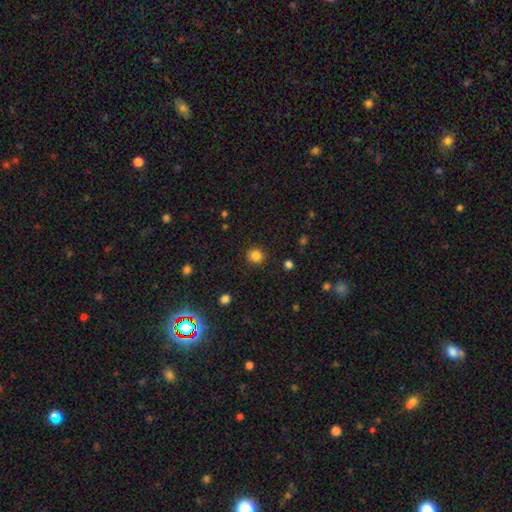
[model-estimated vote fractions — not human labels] Q: Smooth or featured?
A: smooth (84%); runner-up: star or artifact (12%)
Q: How rounded?
A: round (90%); runner-up: in between (9%)
Q: Merging?
A: none (91%); runner-up: minor disturbance (6%)